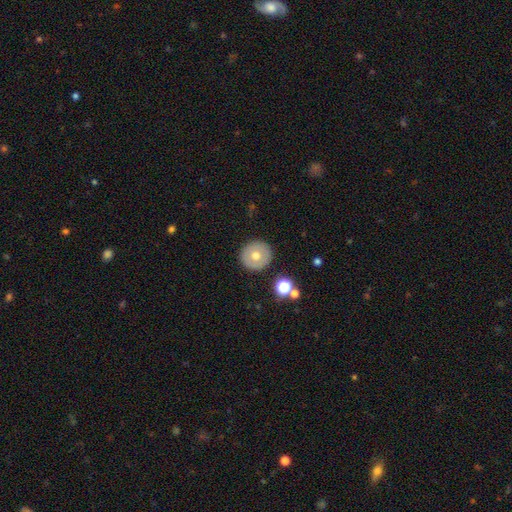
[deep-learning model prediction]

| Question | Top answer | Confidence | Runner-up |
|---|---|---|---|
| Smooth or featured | smooth | 63% | featured or disk (29%) |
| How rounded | round | 92% | in between (7%) |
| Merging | none | 89% | minor disturbance (7%) |